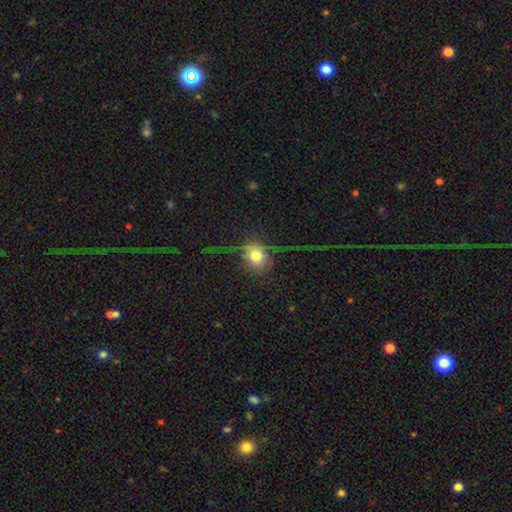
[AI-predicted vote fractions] A smooth galaxy with no disk features (61%) that is round (76%).

Vote fractions:
- Smooth or featured? smooth: 61% / featured or disk: 24% / star or artifact: 15%
- How rounded? round: 76% / in between: 22% / cigar-shaped: 2%
- Merging? none: 58% / major disturbance: 24% / minor disturbance: 16% / merger: 3%